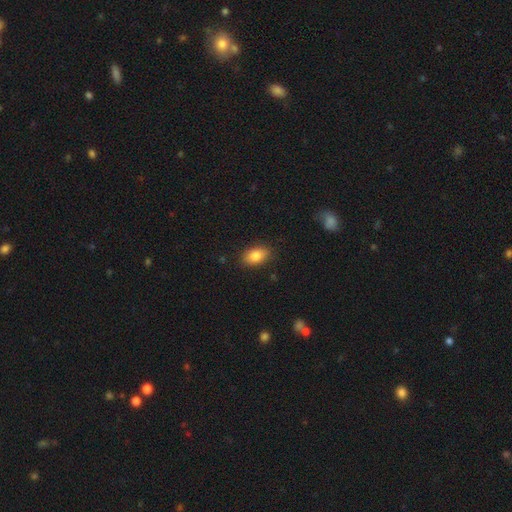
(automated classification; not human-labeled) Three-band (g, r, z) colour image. It shows a smooth galaxy with no disk features (85%) that is in between round and cigar-shaped (89%). Merging: none (86%).